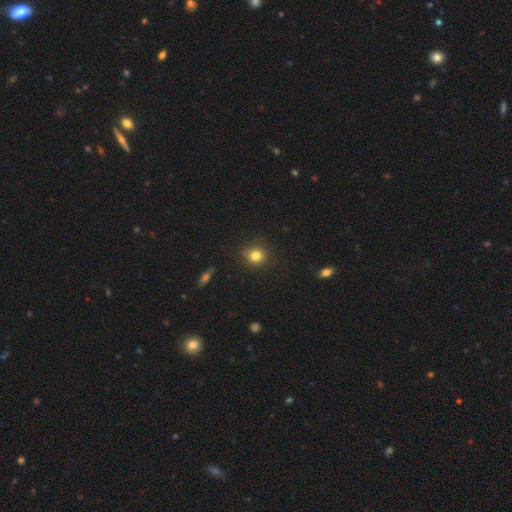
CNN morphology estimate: Smooth or featured?
  - smooth: 83% *
  - star or artifact: 11%
  - featured or disk: 6%
How rounded?
  - round: 87% *
  - in between: 12%
  - cigar-shaped: 1%
Merging?
  - none: 86% *
  - minor disturbance: 10%
  - major disturbance: 3%
  - merger: 2%